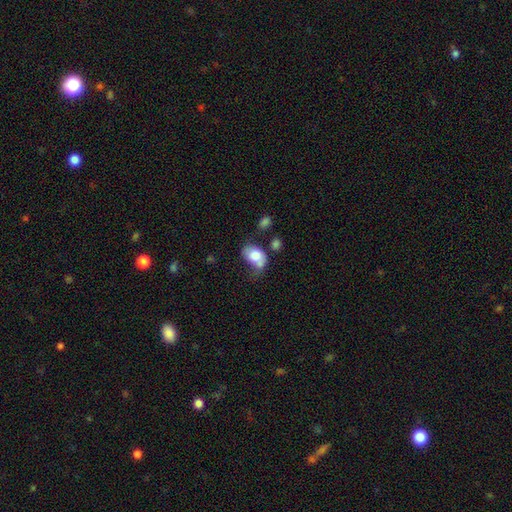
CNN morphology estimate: type=smooth (73%); roundness=in between (79%); merging=none (30%).